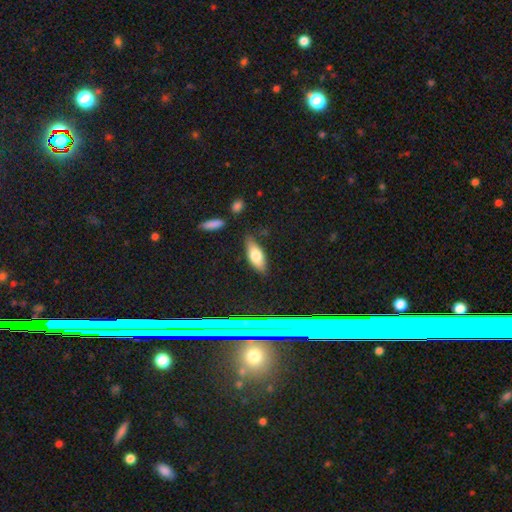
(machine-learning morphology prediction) smooth-or-featured: smooth: 69% | featured or disk: 22% | star or artifact: 9%
  how-rounded: in between: 72% | cigar-shaped: 25% | round: 3%
  merging: none: 78% | minor disturbance: 16% | major disturbance: 3% | merger: 3%